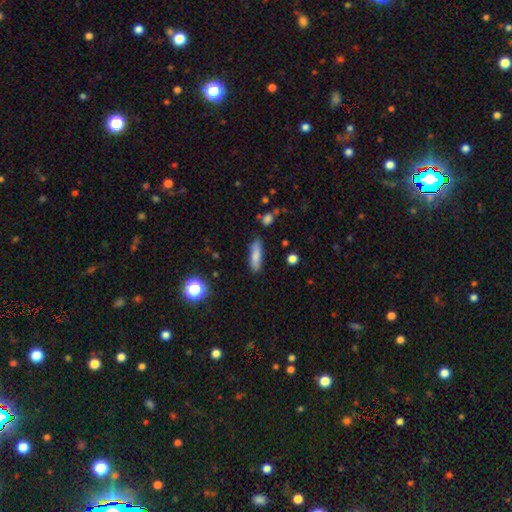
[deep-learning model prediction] Smooth or featured? Predicted: smooth (p=0.80). How rounded? Predicted: cigar-shaped (p=0.59). Merging? Predicted: none (p=0.82).